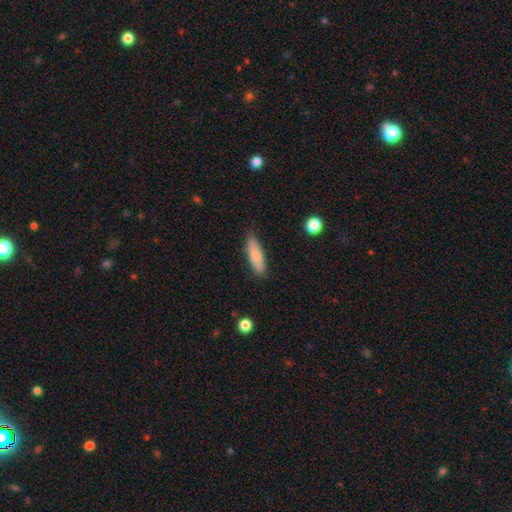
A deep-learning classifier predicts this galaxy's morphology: Smooth or featured?
  - smooth: 78% *
  - featured or disk: 15%
  - star or artifact: 6%
How rounded?
  - cigar-shaped: 53% *
  - in between: 45%
  - round: 2%
Merging?
  - none: 82% *
  - minor disturbance: 14%
  - major disturbance: 2%
  - merger: 1%